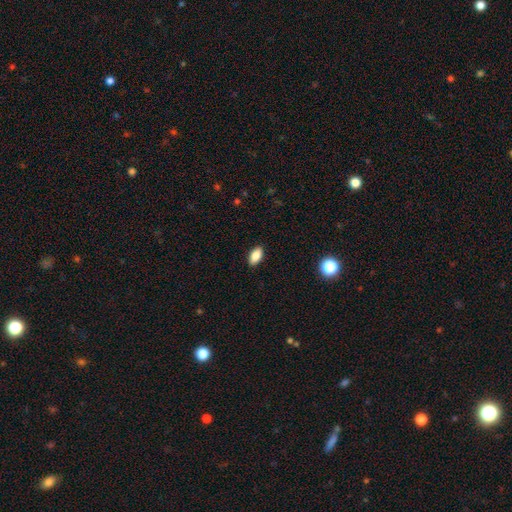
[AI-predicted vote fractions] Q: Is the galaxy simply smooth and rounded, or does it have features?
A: smooth — 86%.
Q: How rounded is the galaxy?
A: in between — 91%.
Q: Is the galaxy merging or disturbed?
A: none — 89%.